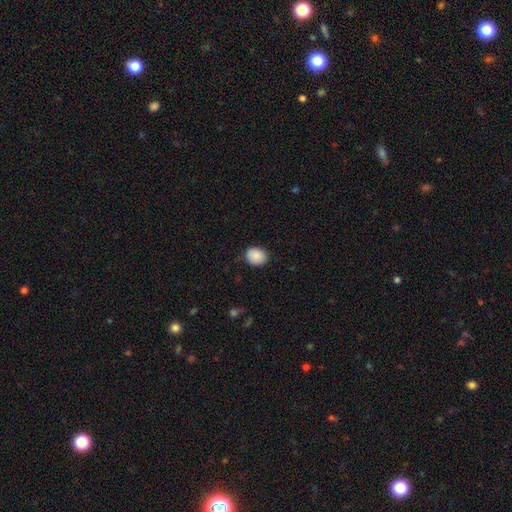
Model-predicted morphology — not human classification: Smooth or featured?
  - smooth: 88% *
  - star or artifact: 8%
  - featured or disk: 4%
How rounded?
  - round: 52% *
  - in between: 47%
  - cigar-shaped: 1%
Merging?
  - none: 83% *
  - minor disturbance: 13%
  - major disturbance: 3%
  - merger: 1%